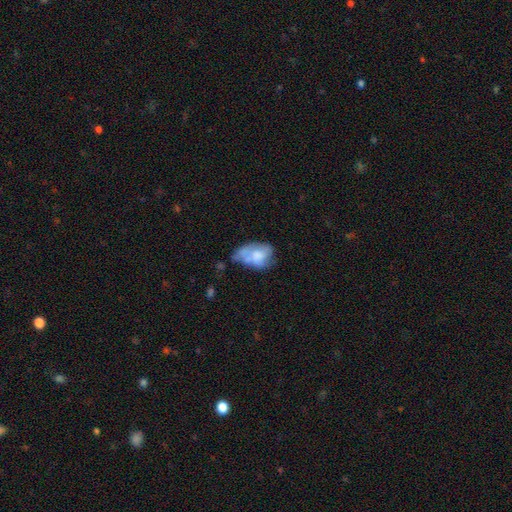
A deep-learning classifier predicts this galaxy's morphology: Smooth or featured? Predicted: smooth (p=0.55). How rounded? Predicted: in between (p=0.83). Merging? Predicted: minor disturbance (p=0.32).